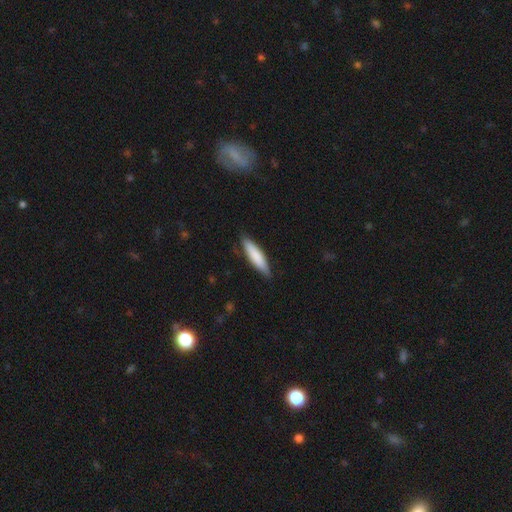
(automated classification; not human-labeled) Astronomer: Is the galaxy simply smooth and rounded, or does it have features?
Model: smooth — 80%.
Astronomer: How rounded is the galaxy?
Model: cigar-shaped — 75%.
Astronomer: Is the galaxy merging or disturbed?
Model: none — 83%.